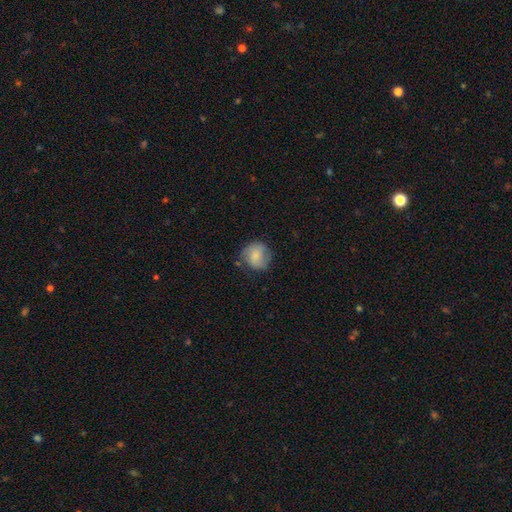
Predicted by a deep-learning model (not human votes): A smooth galaxy with no disk features (75%) that is round (85%). Merging: none (65%).